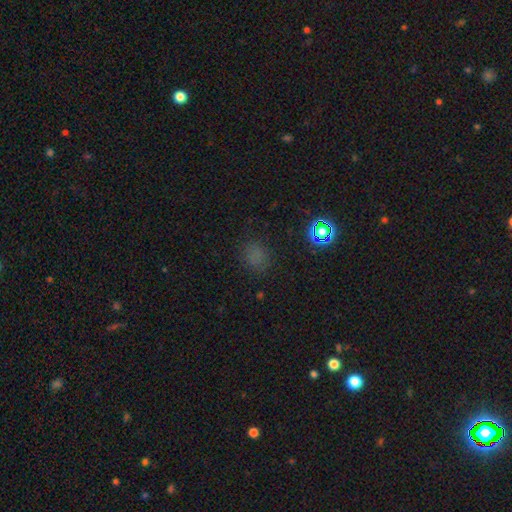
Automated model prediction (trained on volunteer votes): smooth 65%, star or artifact 28%, featured or disk 6%. Down the decision tree: how rounded — round (68%); merging — none (79%).